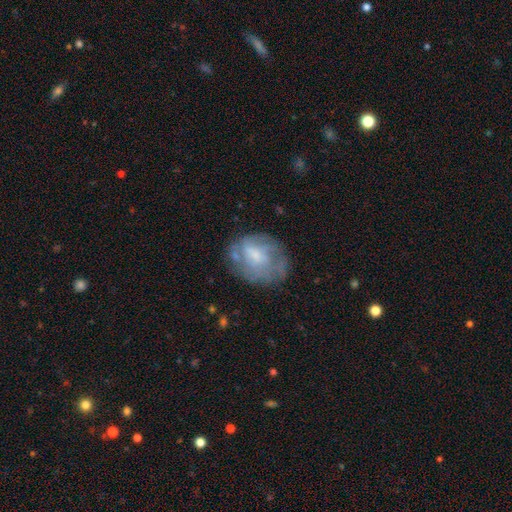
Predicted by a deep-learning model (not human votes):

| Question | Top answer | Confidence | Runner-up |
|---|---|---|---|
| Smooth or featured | featured or disk | 52% | smooth (39%) |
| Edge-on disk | no | 97% | yes (3%) |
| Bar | no | 60% | weak (34%) |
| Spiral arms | no | 53% | yes (47%) |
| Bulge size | small | 42% | moderate (33%) |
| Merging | none | 57% | minor disturbance (24%) |